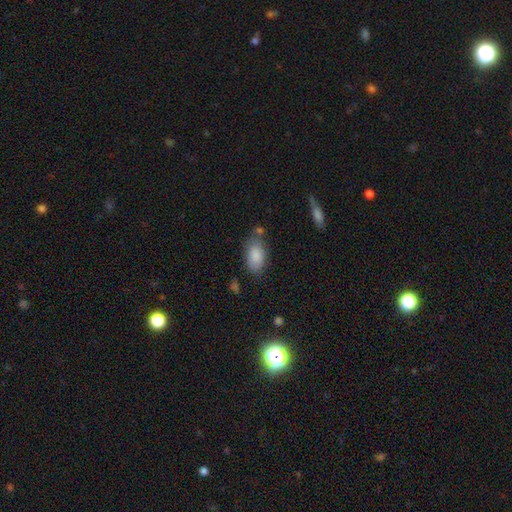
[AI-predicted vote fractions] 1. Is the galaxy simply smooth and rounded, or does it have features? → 86% smooth, 7% featured or disk, 7% star or artifact.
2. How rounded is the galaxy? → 92% in between, 5% round, 3% cigar-shaped.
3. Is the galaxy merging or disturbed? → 65% none, 21% minor disturbance, 7% merger, 6% major disturbance.